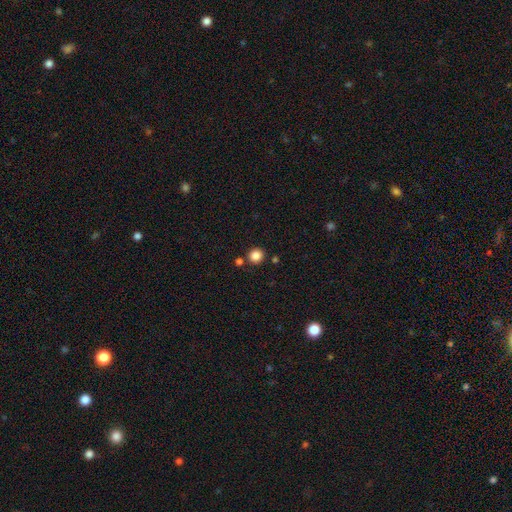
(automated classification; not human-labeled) A smooth galaxy with no disk features (85%) that is round (90%). Merging: none (82%).